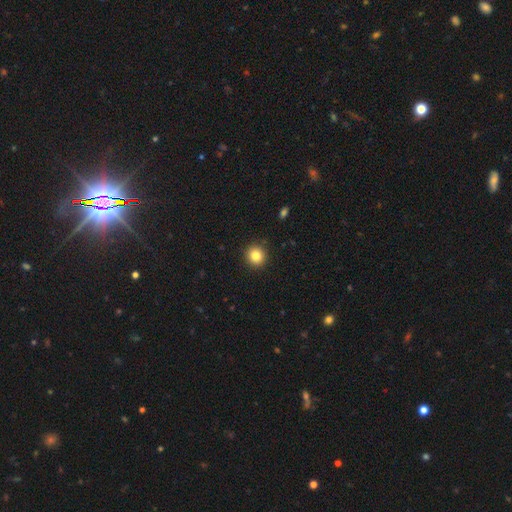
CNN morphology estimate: smooth 84%, star or artifact 10%, featured or disk 6%. Down the decision tree: how rounded — round (90%); merging — none (91%).